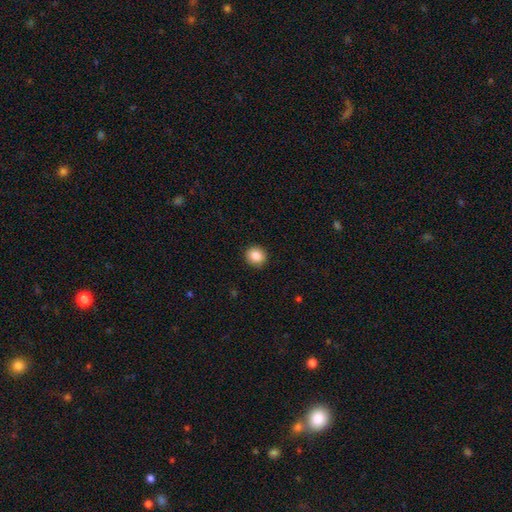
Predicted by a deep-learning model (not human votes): This appears to be a smooth galaxy with no disk features (86%) that is round (84%). Merging: none (92%).